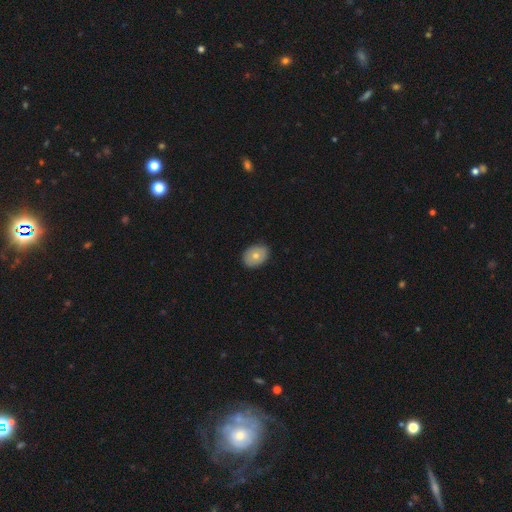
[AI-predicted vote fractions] Smooth or featured? Predicted: smooth (p=0.71). How rounded? Predicted: in between (p=0.66). Merging? Predicted: none (p=0.86).